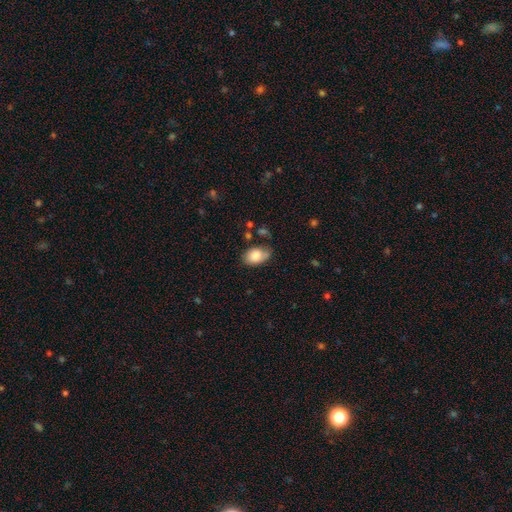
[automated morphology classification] Smooth or featured?
  - smooth: 80% *
  - featured or disk: 13%
  - star or artifact: 7%
How rounded?
  - in between: 87% *
  - round: 12%
  - cigar-shaped: 1%
Merging?
  - none: 54% *
  - minor disturbance: 31%
  - major disturbance: 11%
  - merger: 4%